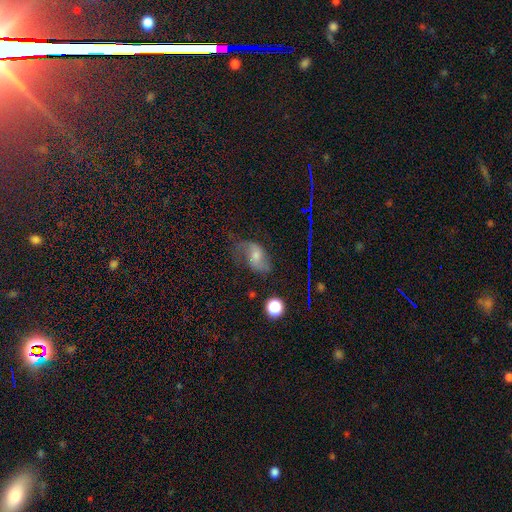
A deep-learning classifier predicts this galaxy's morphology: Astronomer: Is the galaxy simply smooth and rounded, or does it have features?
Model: featured or disk — 60%.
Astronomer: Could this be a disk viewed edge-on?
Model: no — 96%.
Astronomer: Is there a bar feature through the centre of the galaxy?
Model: no — 56% (runner-up: weak, 35%).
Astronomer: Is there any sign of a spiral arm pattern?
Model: yes — 89%.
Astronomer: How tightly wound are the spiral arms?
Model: loose — 65%.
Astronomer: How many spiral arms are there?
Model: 2 — 80%.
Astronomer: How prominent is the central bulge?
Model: moderate — 47% (runner-up: small, 36%).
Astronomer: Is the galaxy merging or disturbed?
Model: none — 51%.